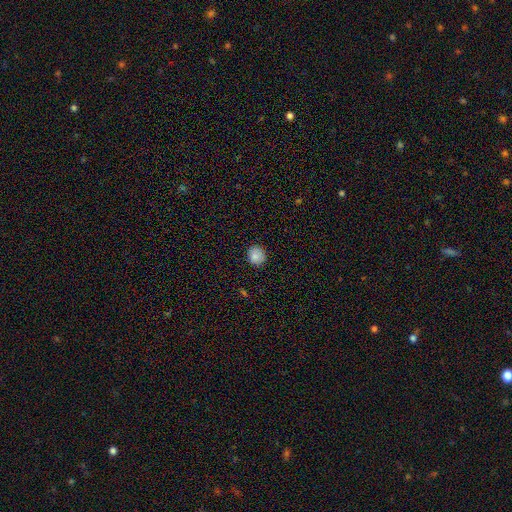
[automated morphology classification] Overall: smooth (85%). How rounded: round (85%). Merging: none (88%).